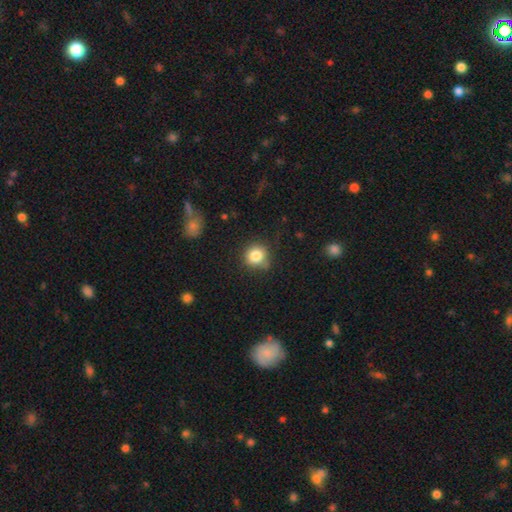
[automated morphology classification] smooth 83%, star or artifact 11%, featured or disk 6%. Down the decision tree: how rounded — round (90%); merging — none (77%).